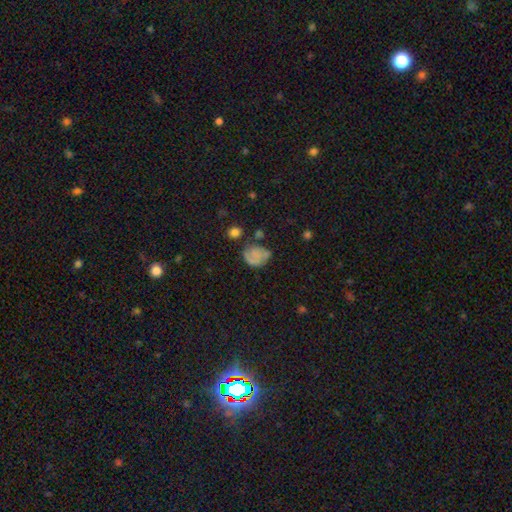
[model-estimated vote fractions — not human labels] smooth_or_featured: smooth (p=0.56) [alt: featured or disk p=0.31]
how_rounded: round (p=0.58) [alt: in between p=0.41]
merging: none (p=0.46) [alt: minor disturbance p=0.28]